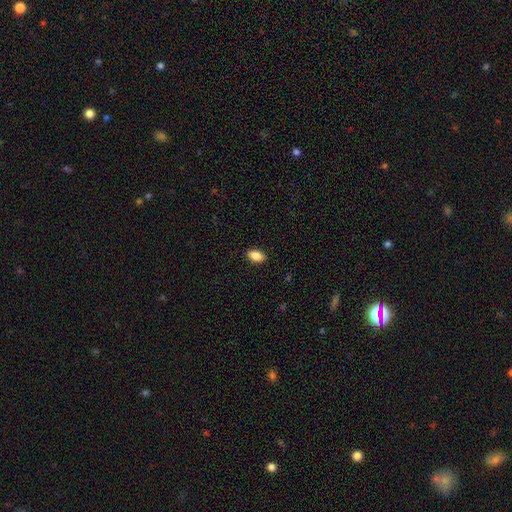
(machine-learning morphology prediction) Q: Smooth or featured?
A: smooth (88%); runner-up: star or artifact (7%)
Q: How rounded?
A: in between (91%); runner-up: round (4%)
Q: Merging?
A: none (89%); runner-up: minor disturbance (8%)